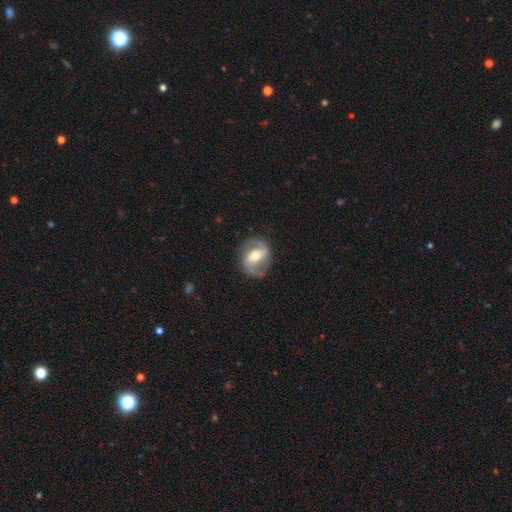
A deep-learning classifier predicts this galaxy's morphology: This is clearly a featured or disk galaxy (85%). It is clearly not viewed edge-on (98%). Bar: marginally weak (40%). Spiral arm pattern: clearly yes (94%). Spiral arm count: clearly 2 (91%). Spiral winding: possibly medium (52%). Central bulge: likely moderate (67%). Merging: clearly none (81%).